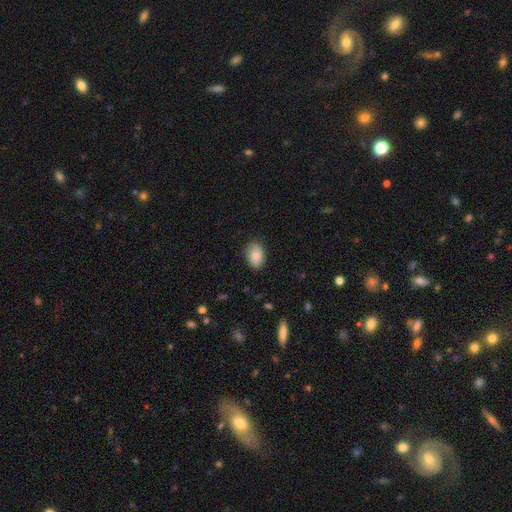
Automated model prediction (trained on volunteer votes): Morphology: type=smooth (82%); roundness=in between (87%); merging=none (80%).